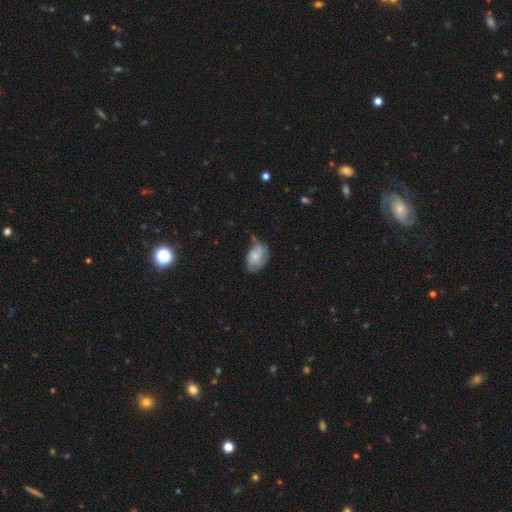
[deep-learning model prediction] Smooth or featured? smooth (62%)
How rounded? in between (86%)
Merging? minor disturbance (39%)